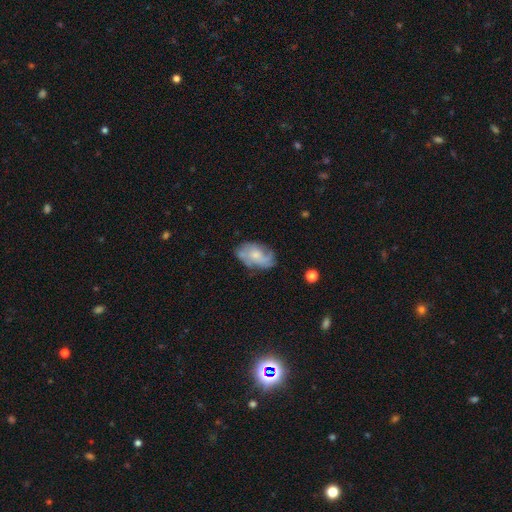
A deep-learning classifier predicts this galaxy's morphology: Smooth or featured: featured or disk — 57% (smooth — 35%)
Edge-on disk: no — 95% (yes — 5%)
Bar: no — 75% (weak — 22%)
Spiral arms: yes — 77% (no — 23%)
Bulge size: small — 44% (moderate — 41%)
Merging: none — 60% (minor disturbance — 26%)